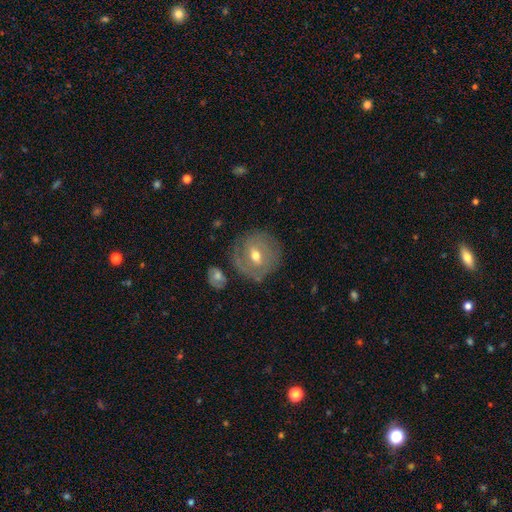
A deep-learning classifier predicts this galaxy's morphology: Smooth or featured? Predicted: featured or disk (p=0.60). Edge-on disk? Predicted: no (p=0.94). Bar? Predicted: weak (p=0.51). Spiral arms? Predicted: yes (p=0.62). Bulge size? Predicted: moderate (p=0.74). Merging? Predicted: none (p=0.74).